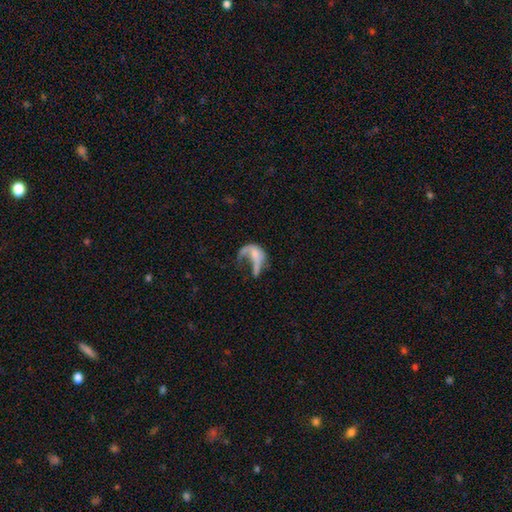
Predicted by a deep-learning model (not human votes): This is possibly a featured or disk galaxy (49%). Merging: likely major disturbance (62%).